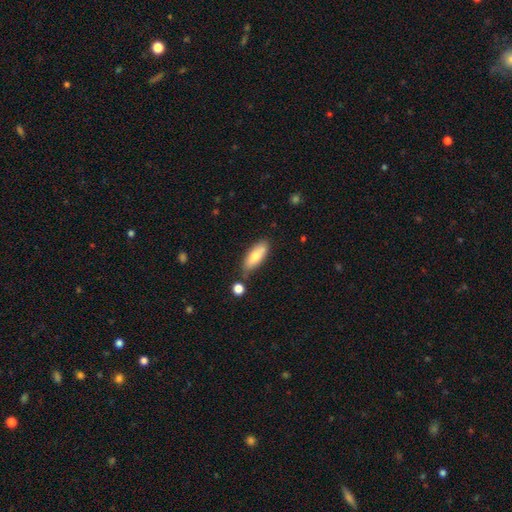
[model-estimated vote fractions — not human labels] smooth_or_featured: smooth (p=0.77) [alt: featured or disk p=0.17]
how_rounded: in between (p=0.67) [alt: cigar-shaped p=0.30]
merging: none (p=0.73) [alt: minor disturbance p=0.17]